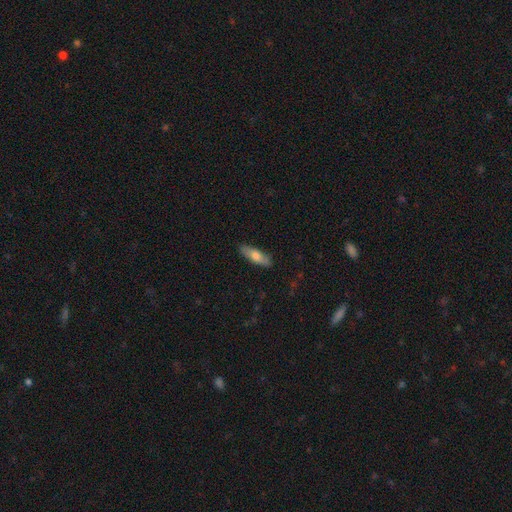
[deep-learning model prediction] Q: Smooth or featured?
A: smooth (72%); runner-up: featured or disk (22%)
Q: How rounded?
A: in between (54%); runner-up: cigar-shaped (44%)
Q: Merging?
A: none (86%); runner-up: minor disturbance (11%)